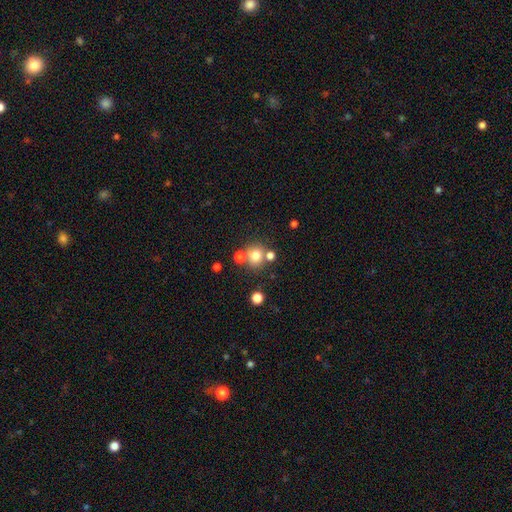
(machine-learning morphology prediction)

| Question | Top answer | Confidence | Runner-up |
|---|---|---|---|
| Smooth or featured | smooth | 74% | star or artifact (15%) |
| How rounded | round | 86% | in between (13%) |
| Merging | none | 67% | merger (20%) |